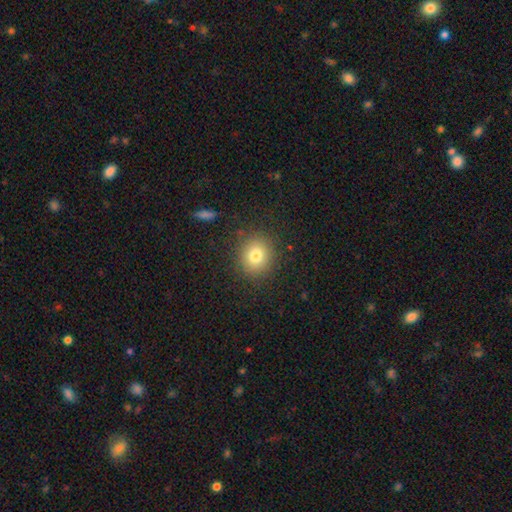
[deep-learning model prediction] This appears to be a smooth galaxy with no disk features (79%) that is round (81%). Merging: none (86%).